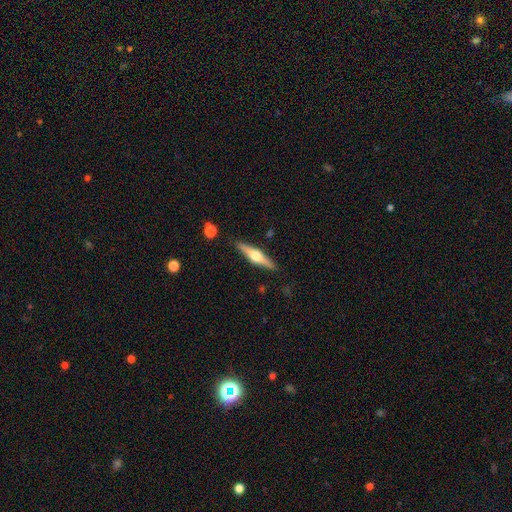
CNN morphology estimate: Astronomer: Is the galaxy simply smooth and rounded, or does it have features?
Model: featured or disk — 72%.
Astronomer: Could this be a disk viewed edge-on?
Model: yes — 97%.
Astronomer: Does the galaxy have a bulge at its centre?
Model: rounded — 95%.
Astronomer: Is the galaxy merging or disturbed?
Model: none — 89%.